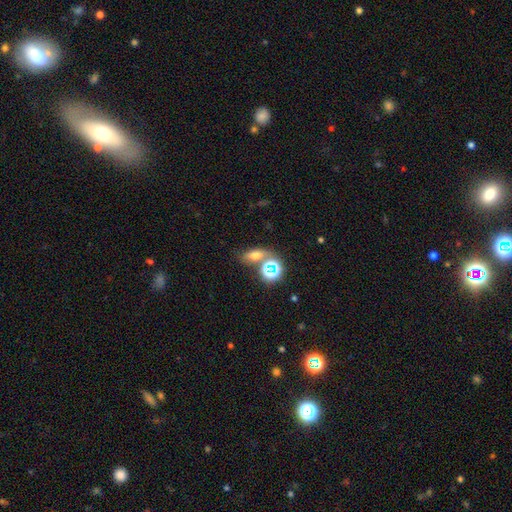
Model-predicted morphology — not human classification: Smooth or featured?
  - smooth: 59% *
  - star or artifact: 25%
  - featured or disk: 16%
How rounded?
  - in between: 65% *
  - round: 24%
  - cigar-shaped: 11%
Merging?
  - none: 57% *
  - merger: 26%
  - minor disturbance: 12%
  - major disturbance: 5%